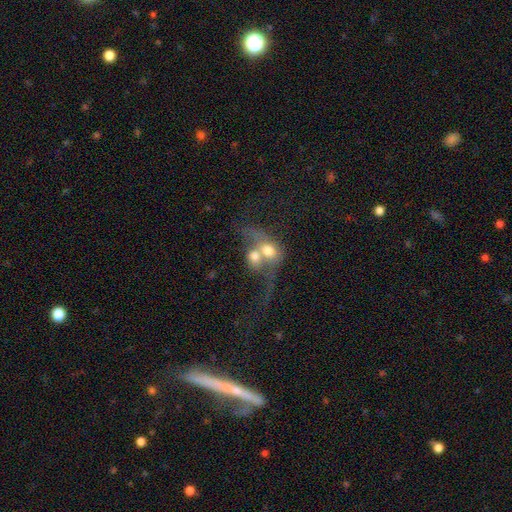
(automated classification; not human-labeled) Smooth or featured: smooth — 52% (featured or disk — 38%)
How rounded: round — 51% (in between — 46%)
Merging: merger — 78% (major disturbance — 11%)